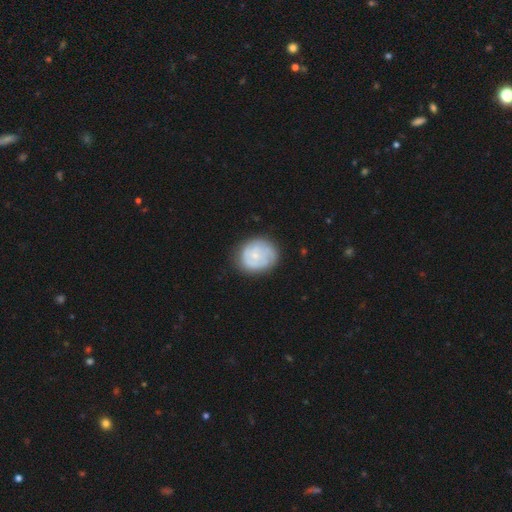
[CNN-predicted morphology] The model was most divided on "smooth or featured": featured or disk: 56%, smooth: 38%, star or artifact: 6%. More confident: edge-on disk — no (98%); bar — no (78%); spiral arms — yes (78%); merging — none (75%); bulge size — small (68%).